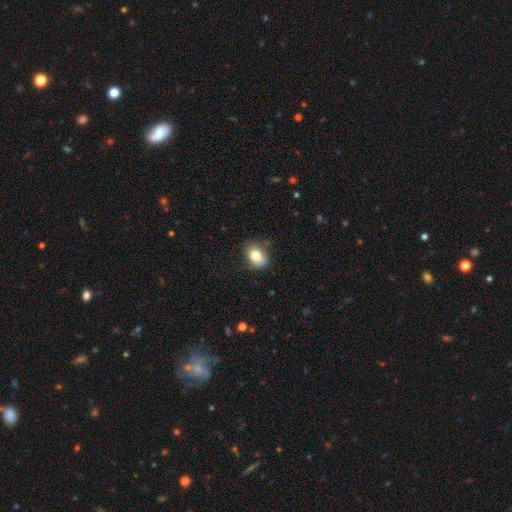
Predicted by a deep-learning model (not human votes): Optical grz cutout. It shows a smooth galaxy with no disk features (79%) that is in between round and cigar-shaped (68%). Merging: none (72%).